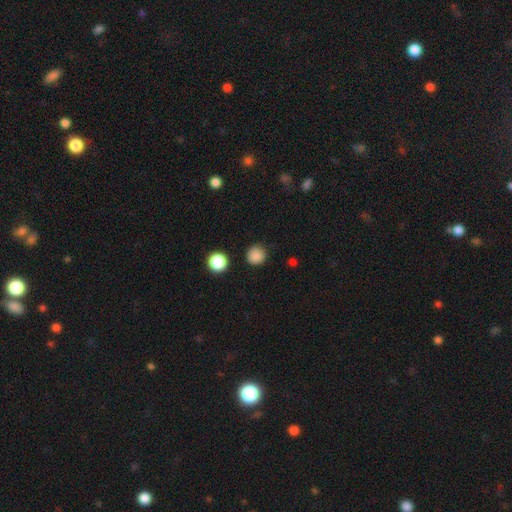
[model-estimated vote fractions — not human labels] A smooth galaxy with no disk features (85%) that is round (94%). Merging: none (87%).